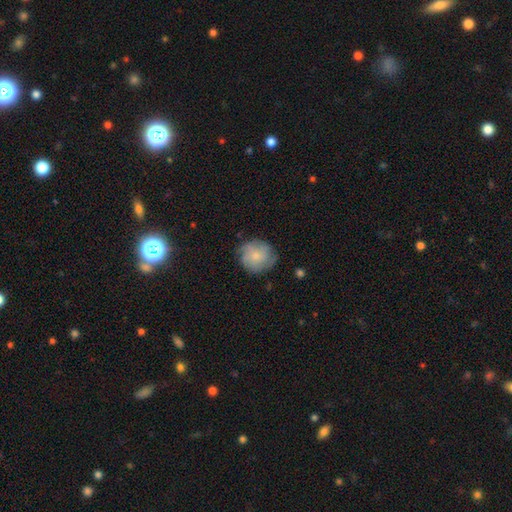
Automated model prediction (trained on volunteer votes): Smooth or featured?
  - smooth: 56% *
  - featured or disk: 37%
  - star or artifact: 8%
How rounded?
  - round: 85% *
  - in between: 14%
  - cigar-shaped: 1%
Merging?
  - none: 71% *
  - minor disturbance: 21%
  - major disturbance: 7%
  - merger: 1%